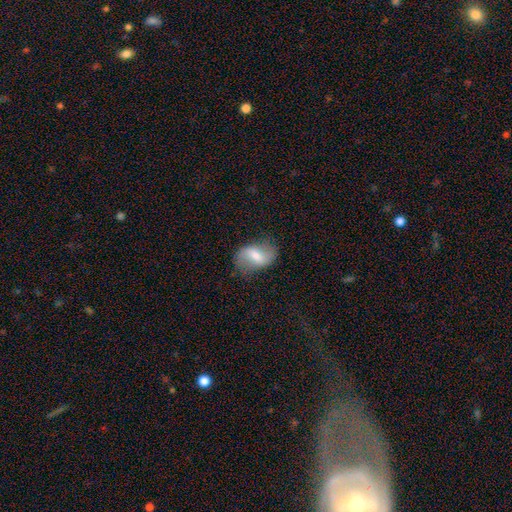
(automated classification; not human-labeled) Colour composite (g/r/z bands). It shows a featured or disk galaxy (47%). Merging: none (71%).